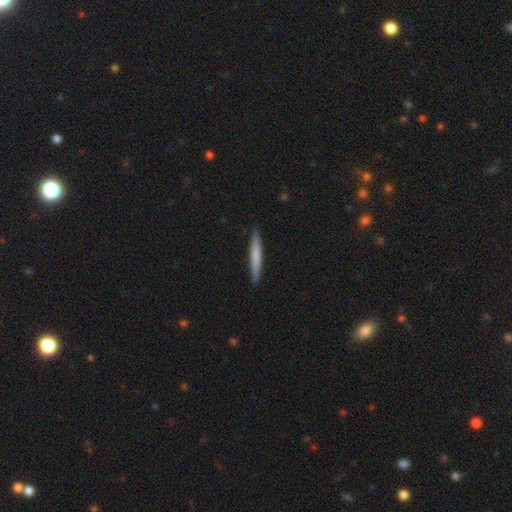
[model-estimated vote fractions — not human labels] Q: Smooth or featured?
A: smooth (65%); runner-up: featured or disk (30%)
Q: How rounded?
A: cigar-shaped (96%); runner-up: in between (3%)
Q: Merging?
A: none (91%); runner-up: minor disturbance (7%)